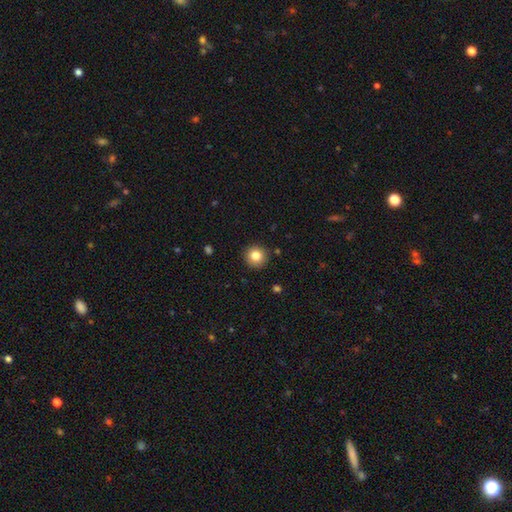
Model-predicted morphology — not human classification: Smooth or featured? Predicted: smooth (p=0.82). How rounded? Predicted: round (p=0.94). Merging? Predicted: none (p=0.91).